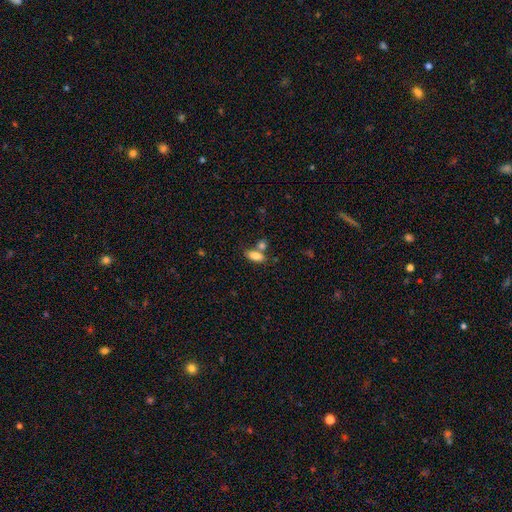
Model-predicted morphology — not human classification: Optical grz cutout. It shows a smooth galaxy with no disk features (80%) that is in between round and cigar-shaped (84%). Merging: none (50%).